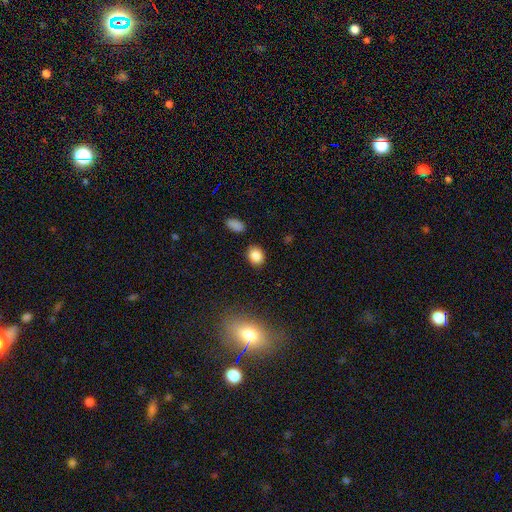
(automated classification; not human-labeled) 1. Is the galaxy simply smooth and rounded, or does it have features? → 85% smooth, 10% star or artifact, 5% featured or disk.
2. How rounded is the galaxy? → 53% in between, 45% round, 1% cigar-shaped.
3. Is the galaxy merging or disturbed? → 85% none, 10% minor disturbance, 3% merger, 3% major disturbance.